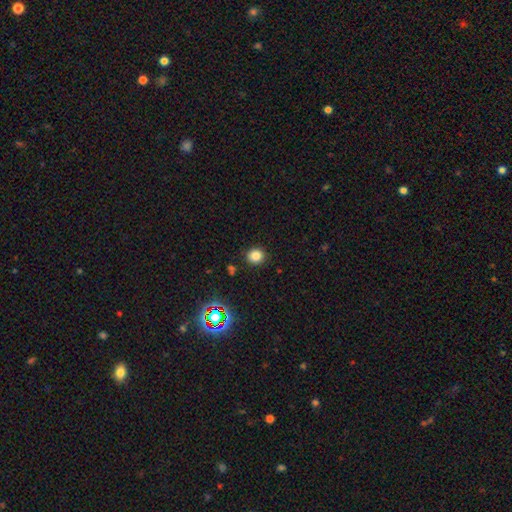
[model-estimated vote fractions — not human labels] Smooth or featured?
  - smooth: 80% *
  - star or artifact: 15%
  - featured or disk: 5%
How rounded?
  - round: 87% *
  - in between: 12%
  - cigar-shaped: 1%
Merging?
  - none: 89% *
  - minor disturbance: 7%
  - major disturbance: 2%
  - merger: 2%